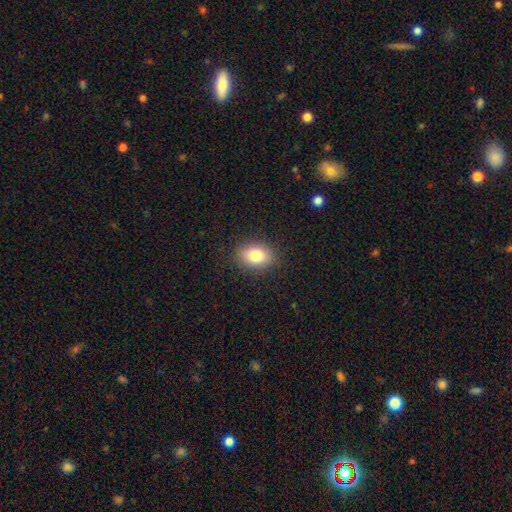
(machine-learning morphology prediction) Smooth or featured? Predicted: smooth (p=0.81). How rounded? Predicted: in between (p=0.75). Merging? Predicted: none (p=0.87).